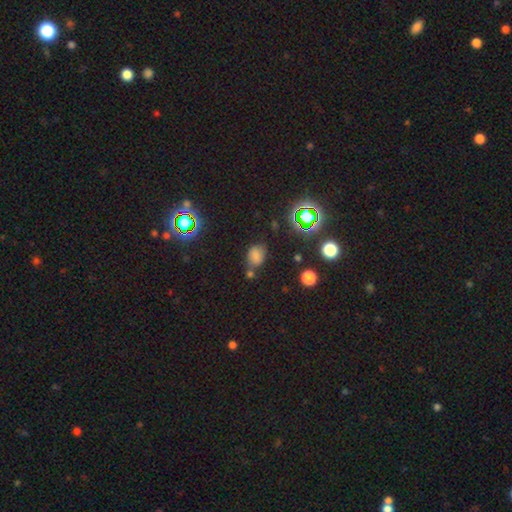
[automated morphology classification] smooth_or_featured: smooth (p=0.67) [alt: star or artifact p=0.24]
how_rounded: in between (p=0.67) [alt: round p=0.32]
merging: none (p=0.58) [alt: minor disturbance p=0.20]